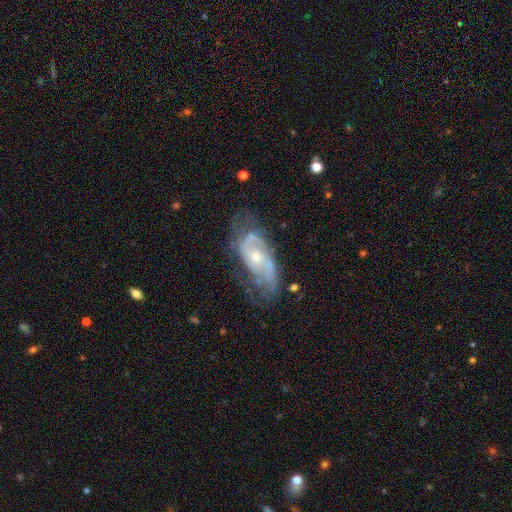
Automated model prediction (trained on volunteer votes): Smooth or featured: featured or disk — 81% (smooth — 11%)
Edge-on disk: no — 92% (yes — 8%)
Bar: no — 60% (weak — 33%)
Spiral arms: yes — 91% (no — 9%)
Spiral winding: medium — 45% (tight — 33%)
Spiral arm count: 2 — 63% (can't tell — 20%)
Bulge size: small — 52% (moderate — 43%)
Merging: none — 66% (minor disturbance — 21%)